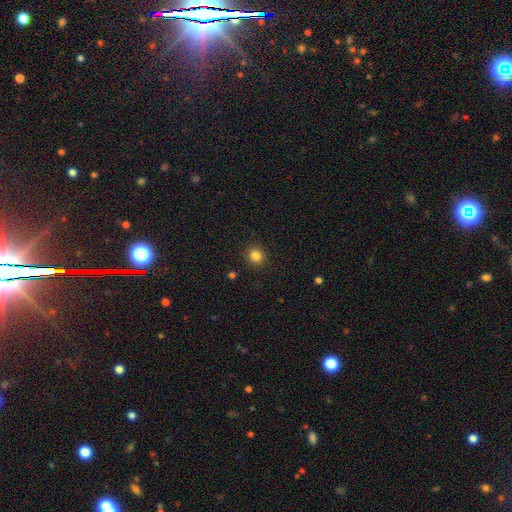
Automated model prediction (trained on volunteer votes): smooth_or_featured: smooth (p=0.83) [alt: star or artifact p=0.12]
how_rounded: round (p=0.90) [alt: in between p=0.09]
merging: none (p=0.91) [alt: minor disturbance p=0.05]